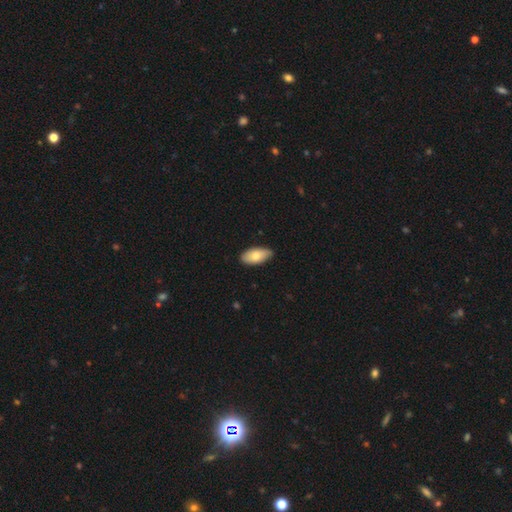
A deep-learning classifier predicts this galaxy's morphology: Smooth or featured? Predicted: smooth (p=0.77). How rounded? Predicted: in between (p=0.93). Merging? Predicted: none (p=0.85).